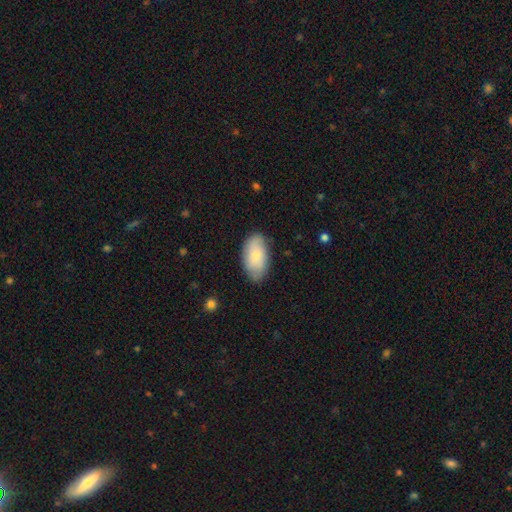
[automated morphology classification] Smooth or featured? smooth (76%)
How rounded? in between (94%)
Merging? none (79%)